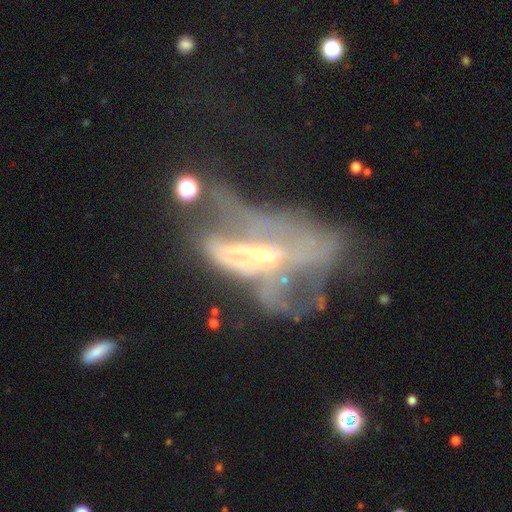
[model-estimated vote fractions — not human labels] Morphology: type=featured or disk (63%); edge-on=no (80%); bar=no (67%); spiral arms=no (78%); bulge=moderate (40%); merging=major disturbance (53%).